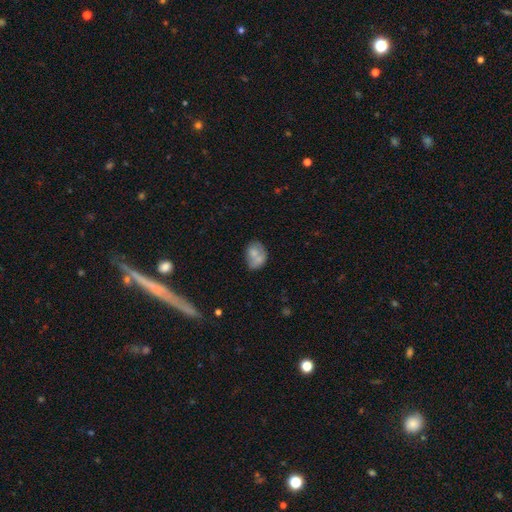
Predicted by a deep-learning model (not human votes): This is likely a smooth galaxy (67%). How rounded: likely in between (63%). Merging: marginally merger (43%).